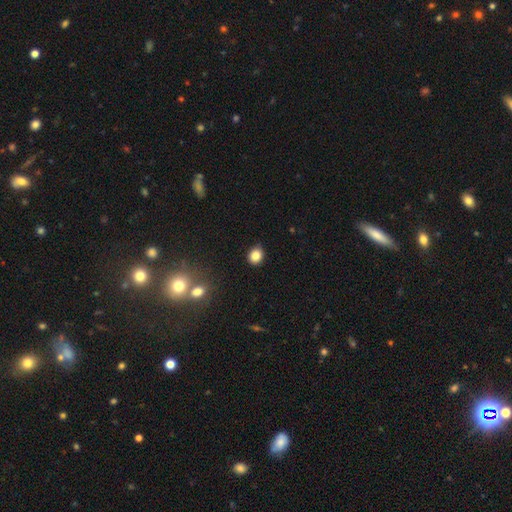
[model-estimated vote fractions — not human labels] Morphology: type=smooth (84%); roundness=round (68%); merging=none (86%).